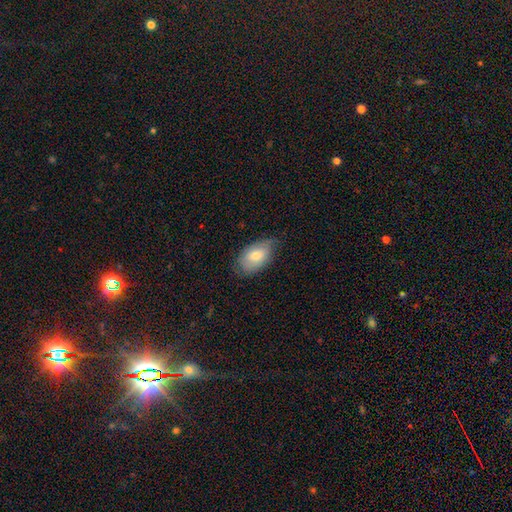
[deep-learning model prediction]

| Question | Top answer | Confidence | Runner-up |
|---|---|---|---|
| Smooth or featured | smooth | 71% | featured or disk (22%) |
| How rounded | in between | 92% | round (7%) |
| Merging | none | 65% | minor disturbance (28%) |